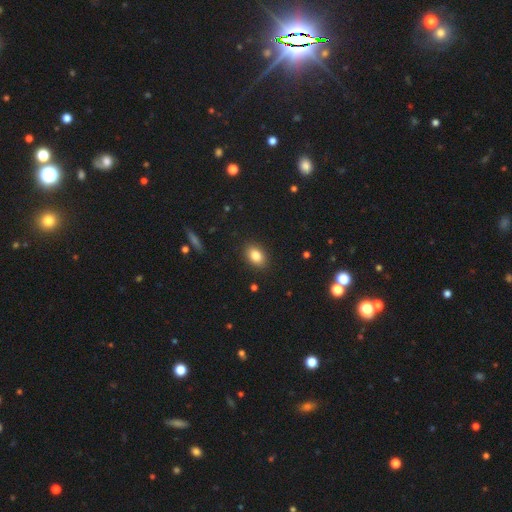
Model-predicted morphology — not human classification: A smooth galaxy with no disk features (83%) that is in between round and cigar-shaped (76%). Merging: none (89%).